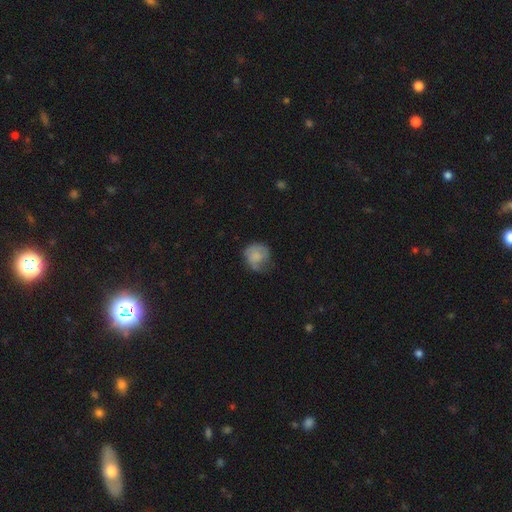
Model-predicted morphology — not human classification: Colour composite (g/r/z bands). It shows a smooth galaxy with no disk features (68%) that is round (79%). Merging: none (50%).